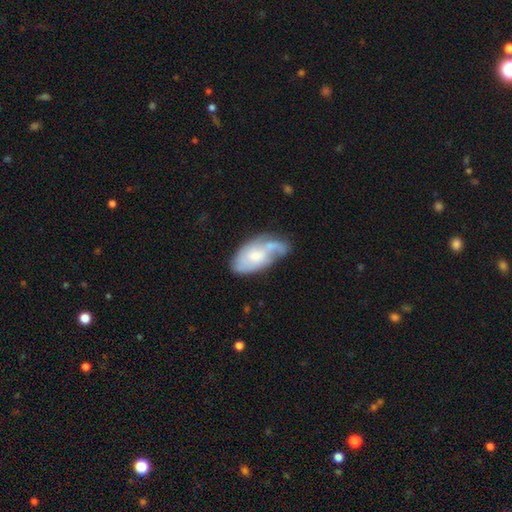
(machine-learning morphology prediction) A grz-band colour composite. It shows a featured or disk galaxy (56%) with no bar (70%), spiral arms (71%) and a moderate central bulge (44%). Merging: none (35%).